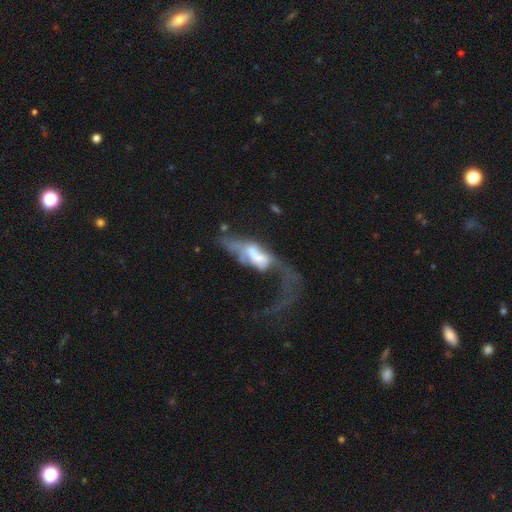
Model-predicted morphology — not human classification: Smooth or featured? Predicted: featured or disk (p=0.58). Edge-on disk? Predicted: no (p=0.88). Bar? Predicted: no (p=0.58). Spiral arms? Predicted: no (p=0.63). Bulge size? Predicted: large (p=0.26, tied with none). Merging? Predicted: major disturbance (p=0.54).